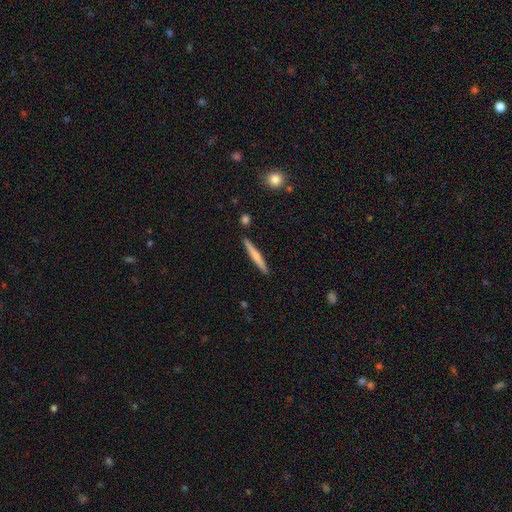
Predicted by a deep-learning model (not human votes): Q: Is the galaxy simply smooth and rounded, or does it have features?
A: smooth — 51%.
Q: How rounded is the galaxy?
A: cigar-shaped — 95%.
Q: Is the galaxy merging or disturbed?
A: none — 90%.